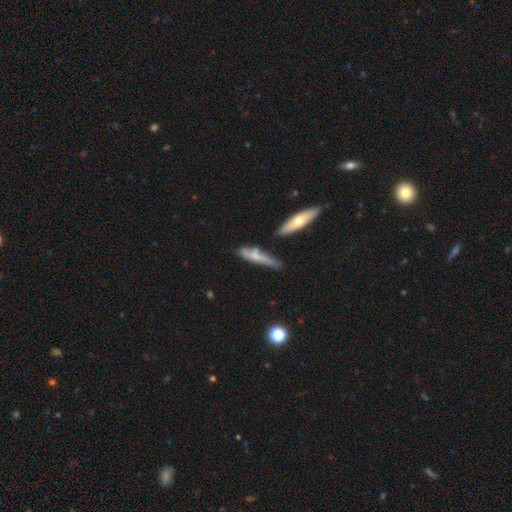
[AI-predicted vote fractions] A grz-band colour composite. It shows a smooth galaxy with no disk features (54%) that is cigar-shaped (77%). Merging: none (46%).